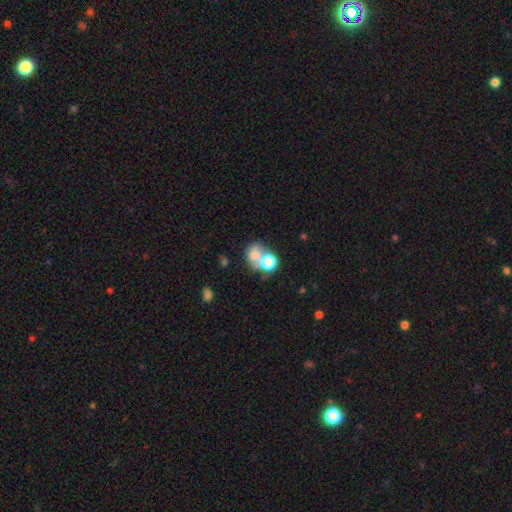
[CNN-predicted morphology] Overall: smooth (66%). How rounded: round (55%; in between 44%). Merging: merger (57%; none 25%).